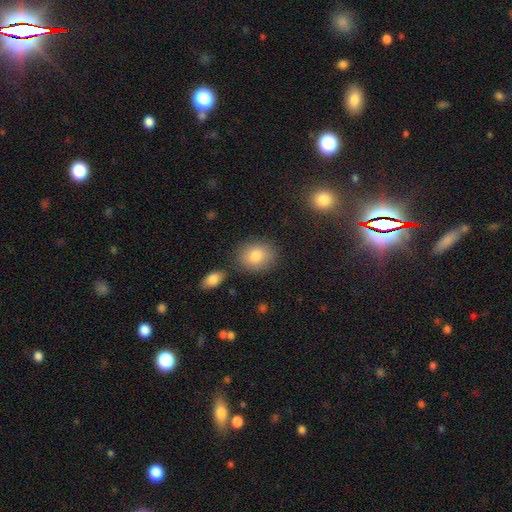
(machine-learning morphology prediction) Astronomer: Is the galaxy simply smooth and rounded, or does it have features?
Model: smooth — 83%.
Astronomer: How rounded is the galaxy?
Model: in between — 52% (runner-up: round, 47%).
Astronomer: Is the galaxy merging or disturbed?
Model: none — 79%.